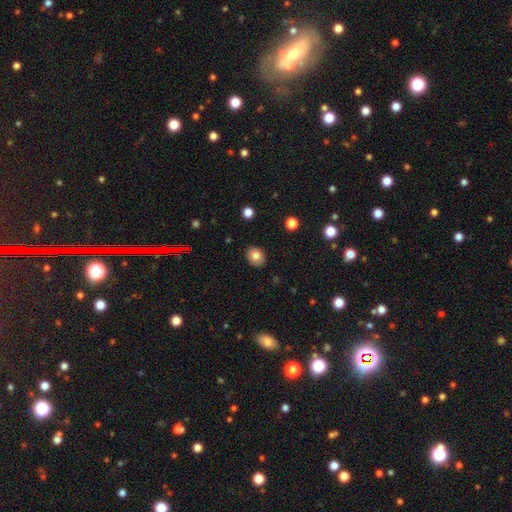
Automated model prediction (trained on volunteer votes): A smooth galaxy with no disk features (82%) that is round (50%). Merging: none (89%).